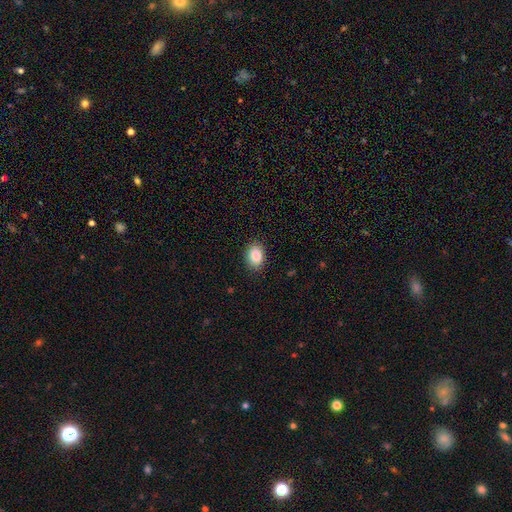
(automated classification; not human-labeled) The model was most divided on "how rounded": in between: 80%, round: 19%, cigar-shaped: 1%. More confident: smooth or featured — smooth (88%); merging — none (87%).